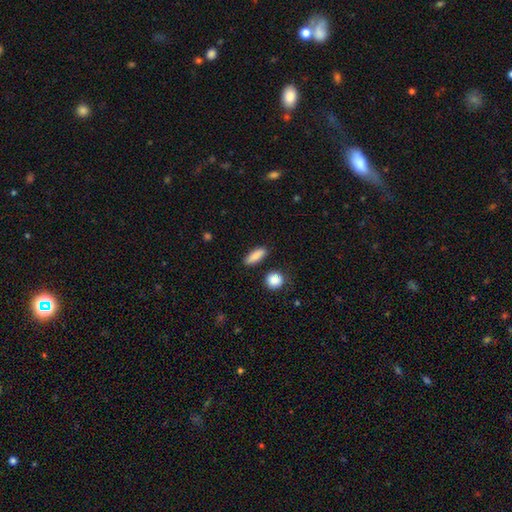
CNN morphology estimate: Smooth or featured? Predicted: smooth (p=0.87). How rounded? Predicted: in between (p=0.58). Merging? Predicted: none (p=0.86).